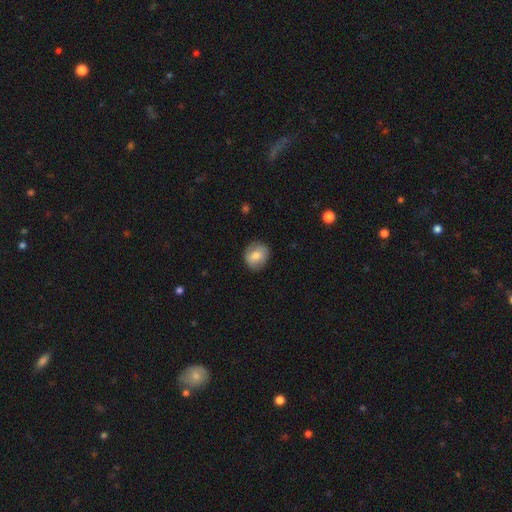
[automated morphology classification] type=smooth (78%); roundness=round (77%); merging=none (87%).